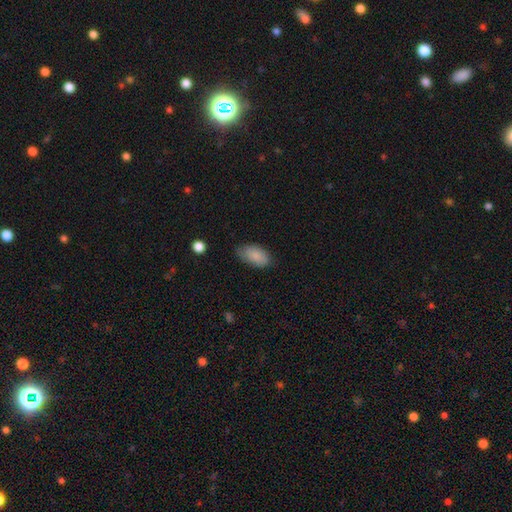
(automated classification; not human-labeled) smooth_or_featured: smooth (p=0.85) [alt: featured or disk p=0.08]
how_rounded: in between (p=0.93) [alt: round p=0.04]
merging: none (p=0.68) [alt: minor disturbance p=0.25]